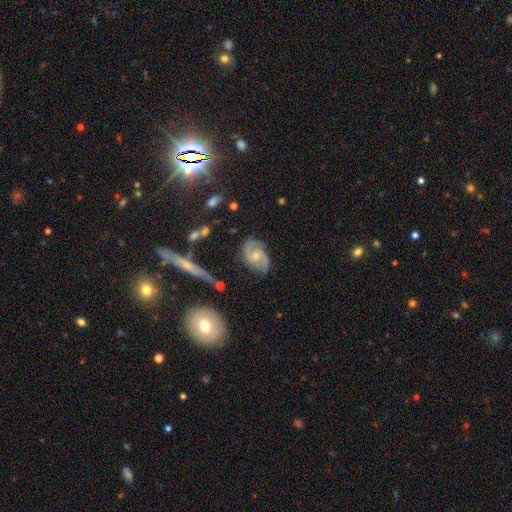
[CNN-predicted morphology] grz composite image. It shows a featured or disk galaxy (81%) with no bar (61%), 2 (86%) medium (48%) spiral arms (95%) and a moderate central bulge (48%). Merging: none (74%).